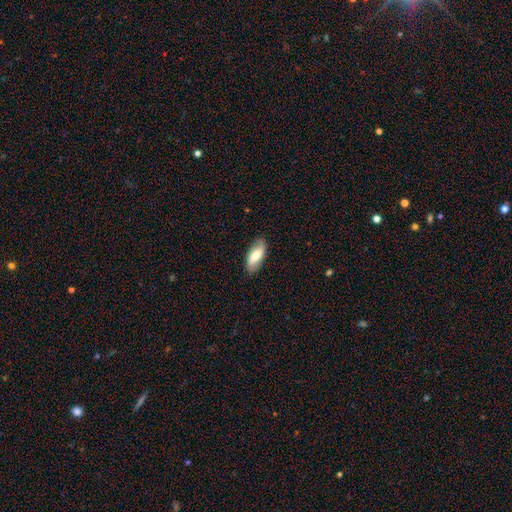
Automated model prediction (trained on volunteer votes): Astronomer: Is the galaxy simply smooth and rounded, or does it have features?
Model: smooth — 60%.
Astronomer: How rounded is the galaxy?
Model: in between — 83%.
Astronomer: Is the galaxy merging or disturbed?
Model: none — 86%.